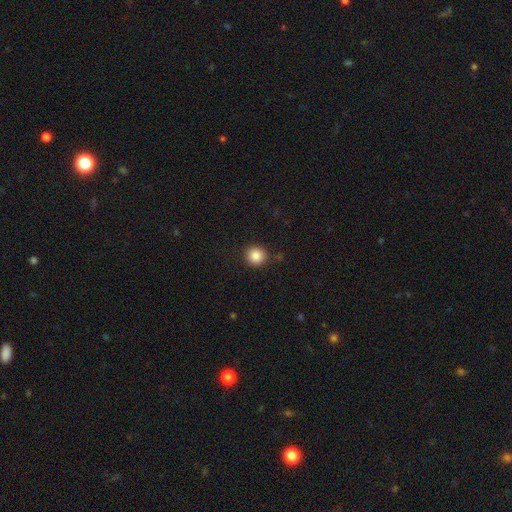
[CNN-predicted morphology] Smooth or featured? Predicted: smooth (p=0.87). How rounded? Predicted: round (p=0.93). Merging? Predicted: none (p=0.88).